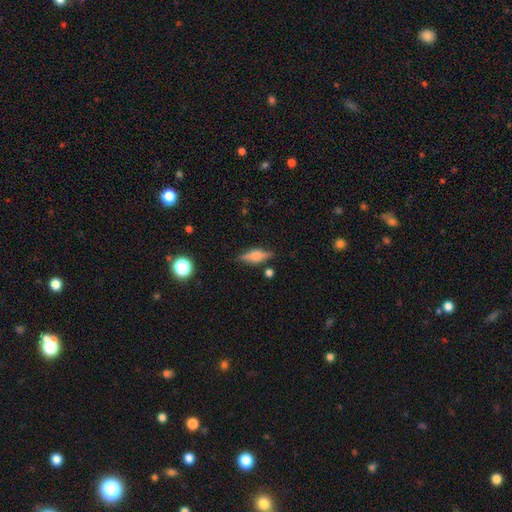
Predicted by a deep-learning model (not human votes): Morphology: type=smooth (46%); merging=none (80%).